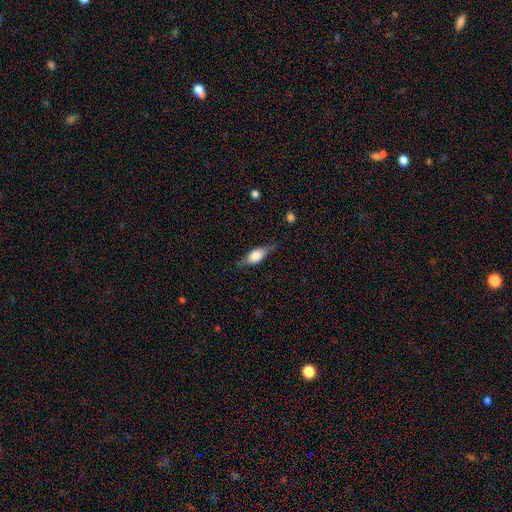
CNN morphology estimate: smooth_or_featured: smooth (p=0.60) [alt: featured or disk p=0.33]
how_rounded: in between (p=0.72) [alt: cigar-shaped p=0.24]
merging: none (p=0.72) [alt: minor disturbance p=0.21]